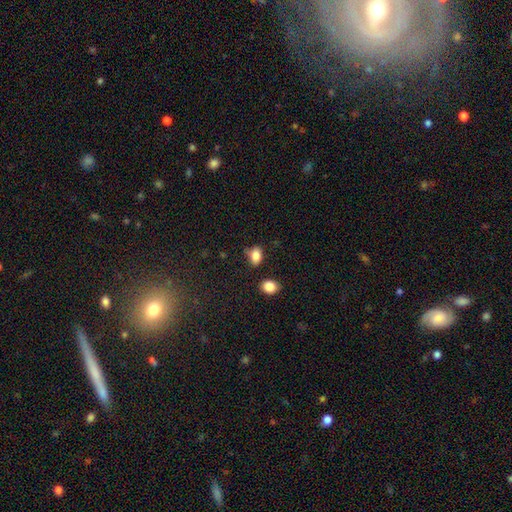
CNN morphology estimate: smooth-or-featured: smooth: 84% | star or artifact: 10% | featured or disk: 6%
  how-rounded: in between: 76% | round: 23% | cigar-shaped: 2%
  merging: none: 62% | minor disturbance: 25% | merger: 7% | major disturbance: 6%